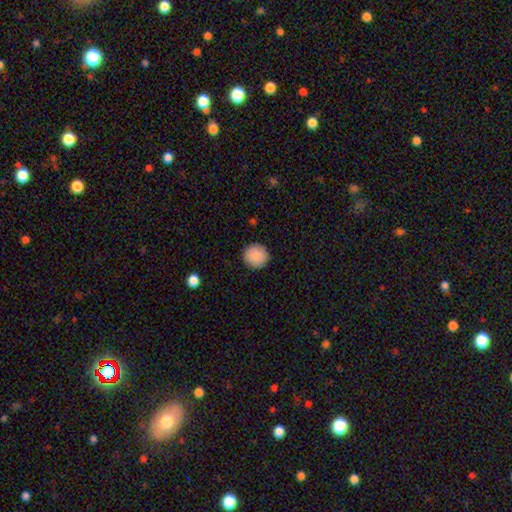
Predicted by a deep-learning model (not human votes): This appears to be a smooth galaxy with no disk features (89%) that is round (94%). Merging: none (92%).